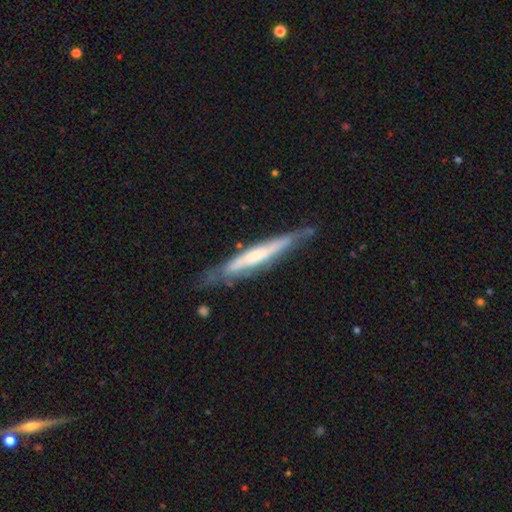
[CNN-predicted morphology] Smooth or featured? featured or disk (61%)
Edge-on disk? yes (84%)
Edge-on bulge? none (50%)
Merging? none (68%)